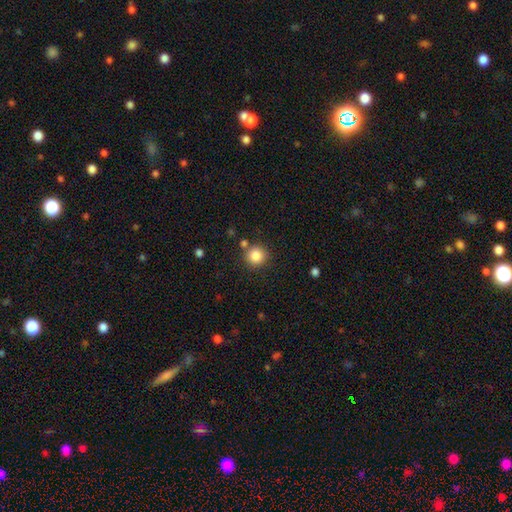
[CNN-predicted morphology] A smooth galaxy with no disk features (85%) that is round (94%). Merging: none (83%).